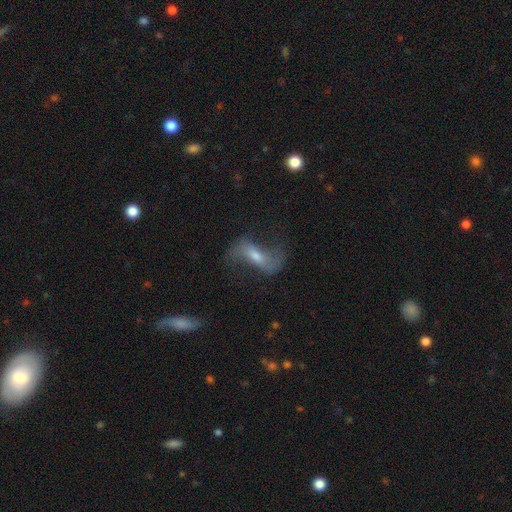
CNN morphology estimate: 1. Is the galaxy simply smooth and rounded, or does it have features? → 74% featured or disk, 15% smooth, 11% star or artifact.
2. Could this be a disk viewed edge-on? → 89% no, 11% yes.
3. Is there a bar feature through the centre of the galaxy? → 40% weak, 35% strong, 25% no.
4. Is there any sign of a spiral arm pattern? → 91% yes, 9% no.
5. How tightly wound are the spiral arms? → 70% loose, 23% medium, 7% tight.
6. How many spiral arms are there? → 89% 2, 5% can't tell, 3% 1, 1% 3, 1% 4, 1% more than 4.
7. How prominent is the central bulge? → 48% moderate, 40% small, 5% large, 5% none, 1% dominant.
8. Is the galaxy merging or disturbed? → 68% none, 16% minor disturbance, 13% major disturbance, 2% merger.